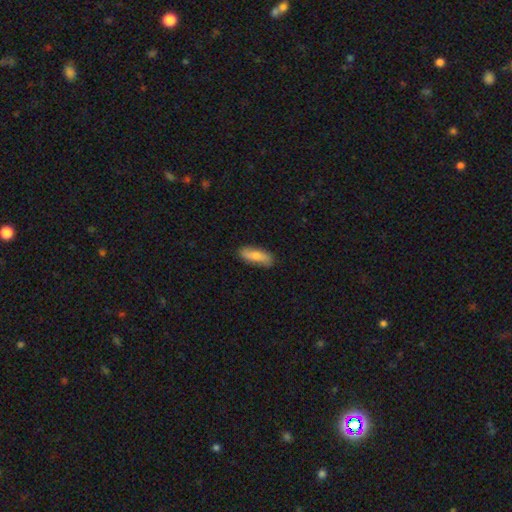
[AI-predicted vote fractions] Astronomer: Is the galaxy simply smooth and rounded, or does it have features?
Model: smooth — 76%.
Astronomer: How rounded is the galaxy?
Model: in between — 58% (runner-up: cigar-shaped, 40%).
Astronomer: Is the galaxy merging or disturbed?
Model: none — 83%.